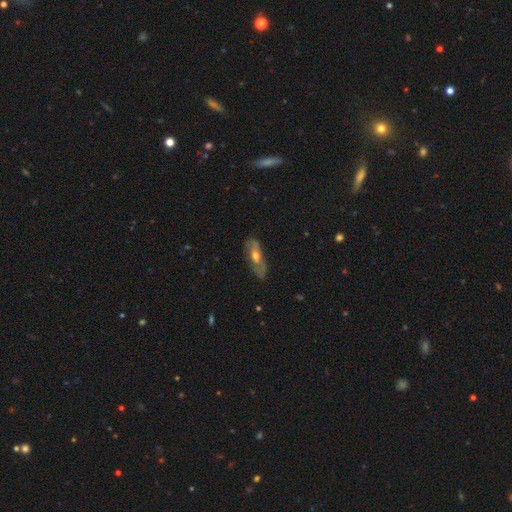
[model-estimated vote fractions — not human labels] Smooth or featured: featured or disk — 54% (smooth — 39%)
Edge-on disk: no — 67% (yes — 33%)
Merging: none — 69% (minor disturbance — 22%)